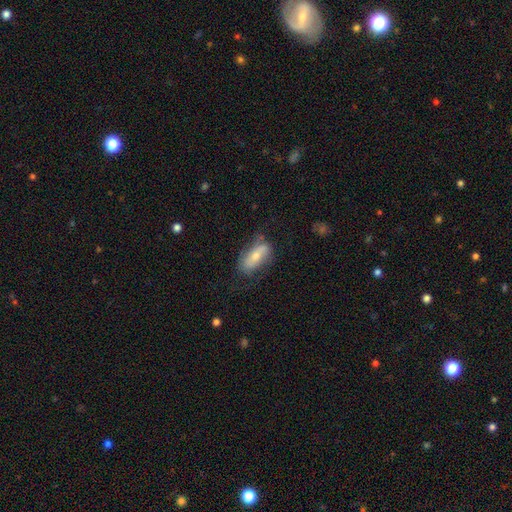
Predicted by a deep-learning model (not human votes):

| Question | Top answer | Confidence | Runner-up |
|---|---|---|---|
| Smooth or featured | smooth | 55% | featured or disk (38%) |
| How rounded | in between | 82% | cigar-shaped (15%) |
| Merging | none | 60% | minor disturbance (26%) |